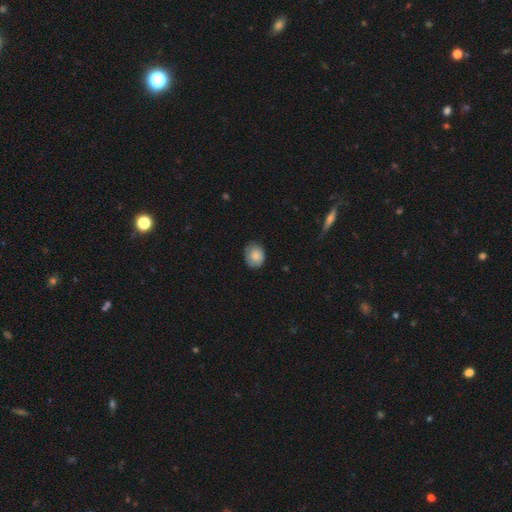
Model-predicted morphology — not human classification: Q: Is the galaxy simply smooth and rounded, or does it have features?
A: smooth — 81%.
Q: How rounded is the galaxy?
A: in between — 50%.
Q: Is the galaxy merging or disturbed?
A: none — 71%.